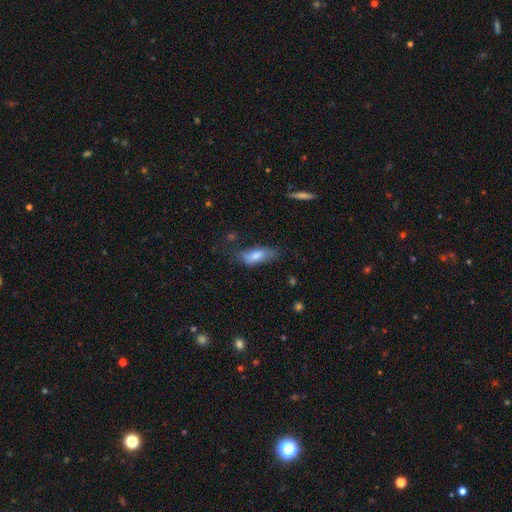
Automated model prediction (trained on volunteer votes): Overall: smooth (72%). How rounded: in between (73%). Merging: none (50%; minor disturbance 31%).